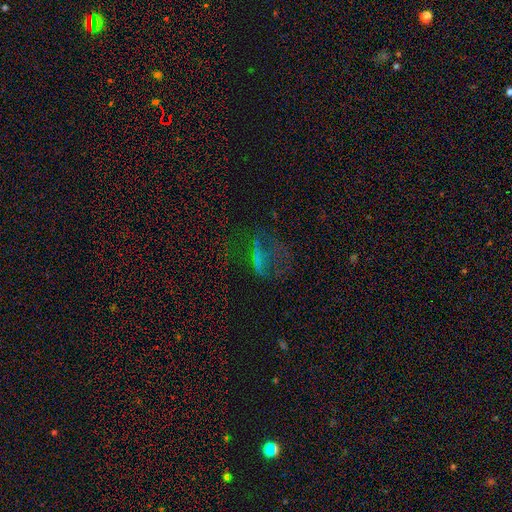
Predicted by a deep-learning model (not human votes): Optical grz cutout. It shows a star or artifact, not a galaxy (39%).